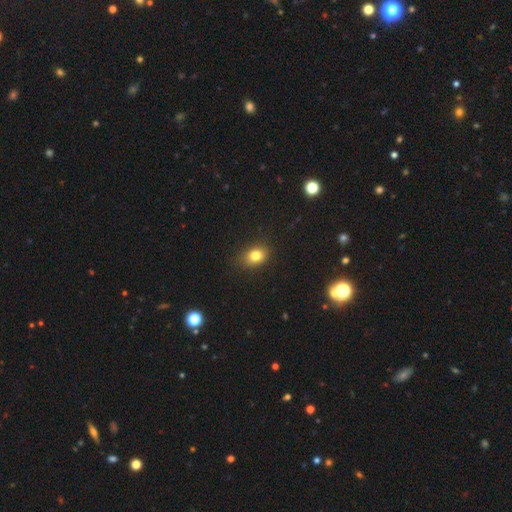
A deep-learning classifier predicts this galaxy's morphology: Q: Smooth or featured?
A: smooth (81%); runner-up: star or artifact (12%)
Q: How rounded?
A: in between (61%); runner-up: round (38%)
Q: Merging?
A: none (83%); runner-up: minor disturbance (13%)